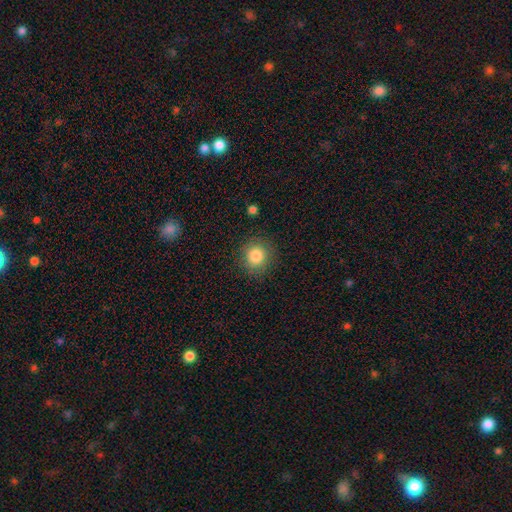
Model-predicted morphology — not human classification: Overall: smooth (83%). How rounded: round (89%). Merging: none (87%).